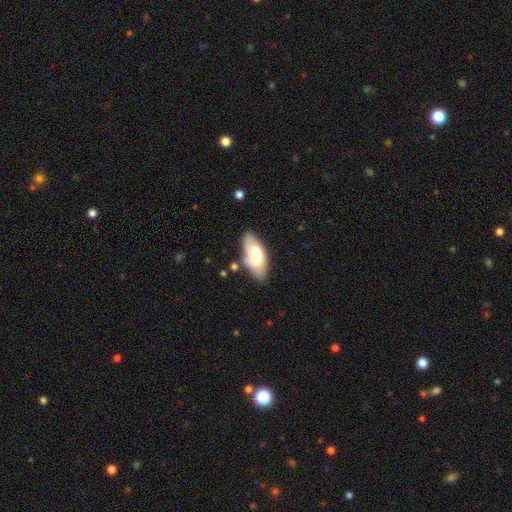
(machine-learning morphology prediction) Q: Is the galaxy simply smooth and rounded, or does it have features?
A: smooth — 62%.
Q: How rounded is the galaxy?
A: in between — 86%.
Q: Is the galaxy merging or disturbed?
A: none — 55%.